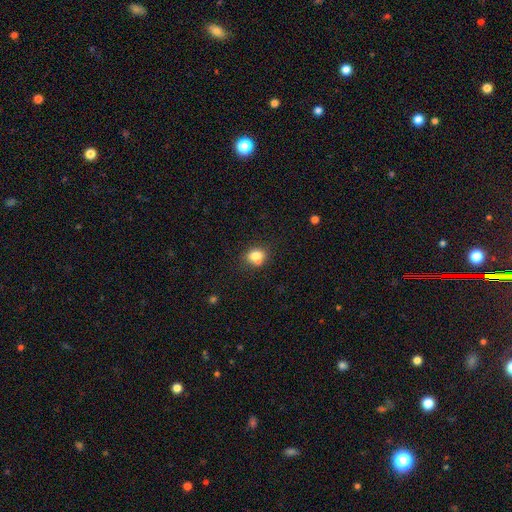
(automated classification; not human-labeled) Smooth or featured? Predicted: smooth (p=0.76). How rounded? Predicted: round (p=0.57). Merging? Predicted: none (p=0.49).